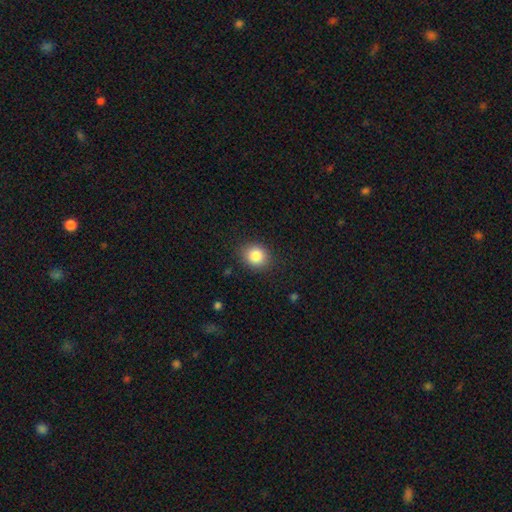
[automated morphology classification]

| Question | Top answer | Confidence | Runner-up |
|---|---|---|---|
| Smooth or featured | smooth | 85% | star or artifact (9%) |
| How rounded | round | 71% | in between (28%) |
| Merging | none | 87% | minor disturbance (9%) |